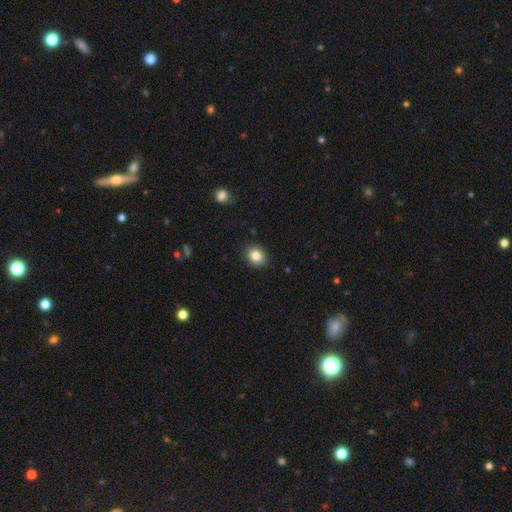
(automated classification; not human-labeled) A smooth galaxy with no disk features (83%) that is round (56%).

Vote fractions:
- Smooth or featured? smooth: 83% / star or artifact: 9% / featured or disk: 7%
- How rounded? round: 56% / in between: 43% / cigar-shaped: 1%
- Merging? none: 87% / minor disturbance: 10% / major disturbance: 2% / merger: 1%